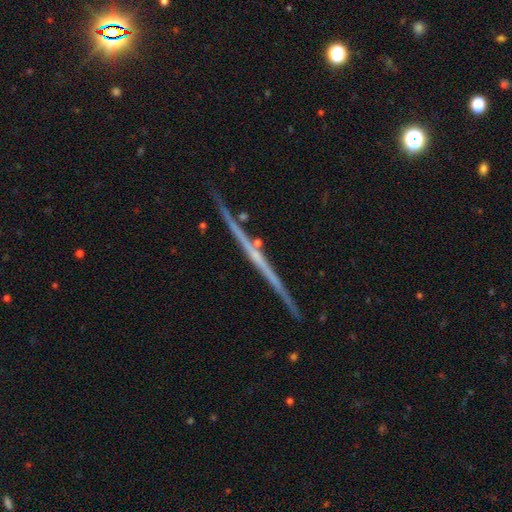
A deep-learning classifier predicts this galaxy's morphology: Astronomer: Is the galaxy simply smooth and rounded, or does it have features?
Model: featured or disk — 77%.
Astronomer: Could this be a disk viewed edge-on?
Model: yes — 98%.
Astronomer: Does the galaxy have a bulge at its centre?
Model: none — 74%.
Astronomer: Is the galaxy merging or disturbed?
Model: none — 87%.